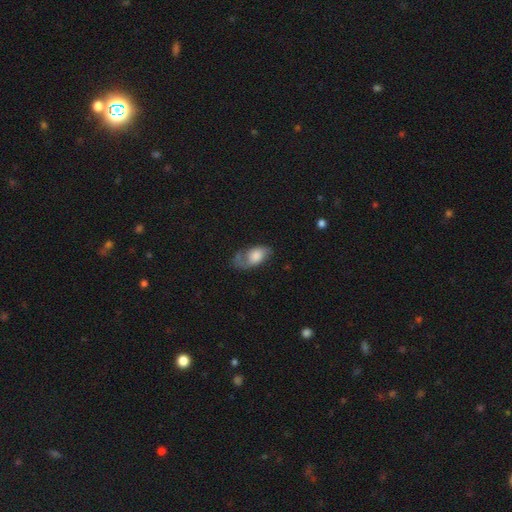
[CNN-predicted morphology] This is possibly a featured or disk galaxy (47%). Merging: marginally none (39%).